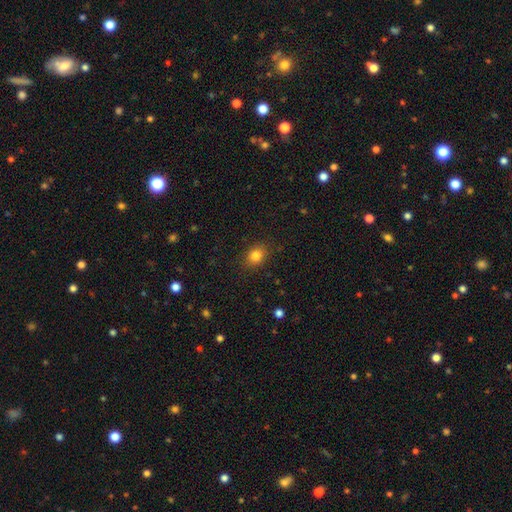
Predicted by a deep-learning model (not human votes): Q: Smooth or featured?
A: smooth (82%); runner-up: star or artifact (12%)
Q: How rounded?
A: round (55%); runner-up: in between (44%)
Q: Merging?
A: none (87%); runner-up: minor disturbance (10%)